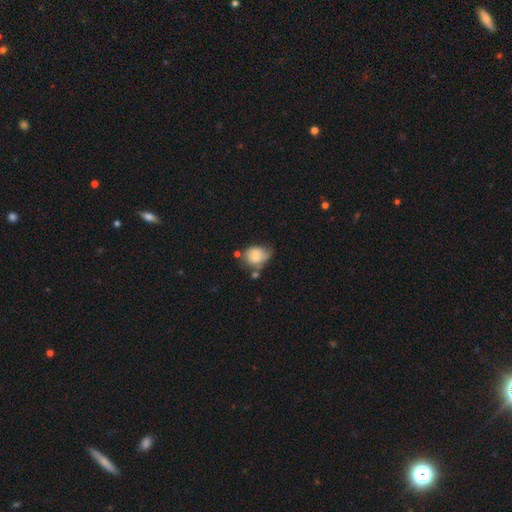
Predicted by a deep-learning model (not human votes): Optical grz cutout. It shows a smooth galaxy with no disk features (69%) that is round (54%). Merging: minor disturbance (37%, tied with none).